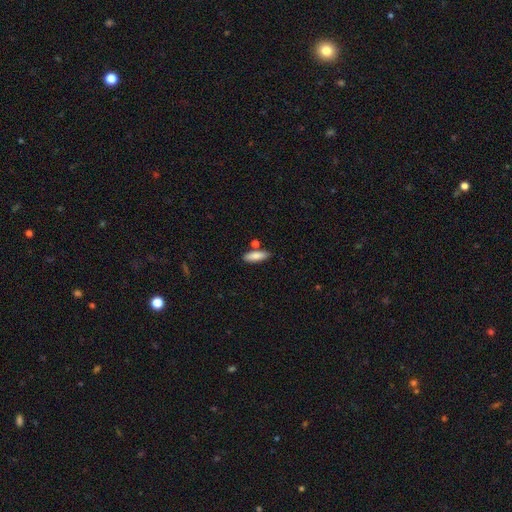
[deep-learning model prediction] A smooth galaxy with no disk features (83%) that is in between round and cigar-shaped (58%). Merging: none (75%).